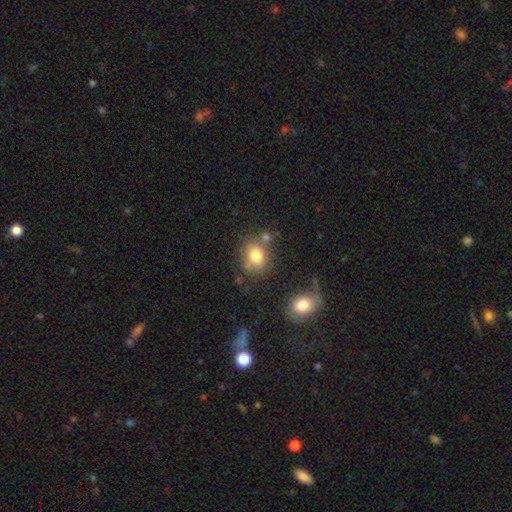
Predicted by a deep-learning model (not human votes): smooth_or_featured: smooth (p=0.80) [alt: featured or disk p=0.10]
how_rounded: round (p=0.58) [alt: in between p=0.41]
merging: none (p=0.62) [alt: minor disturbance p=0.16]